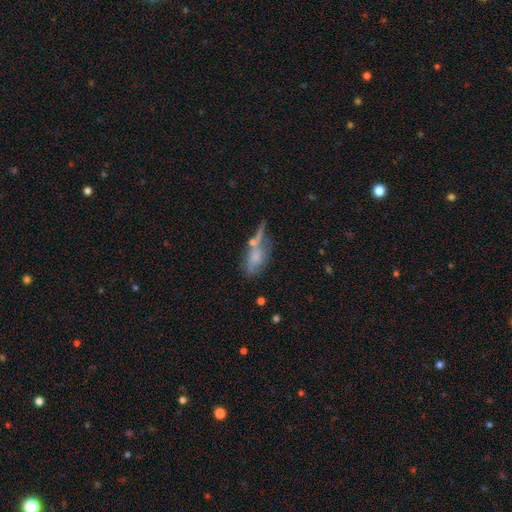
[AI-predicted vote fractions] Smooth or featured?
  - smooth: 54% *
  - featured or disk: 35%
  - star or artifact: 11%
How rounded?
  - in between: 74% *
  - cigar-shaped: 19%
  - round: 8%
Merging?
  - none: 41% *
  - merger: 25%
  - minor disturbance: 21%
  - major disturbance: 13%